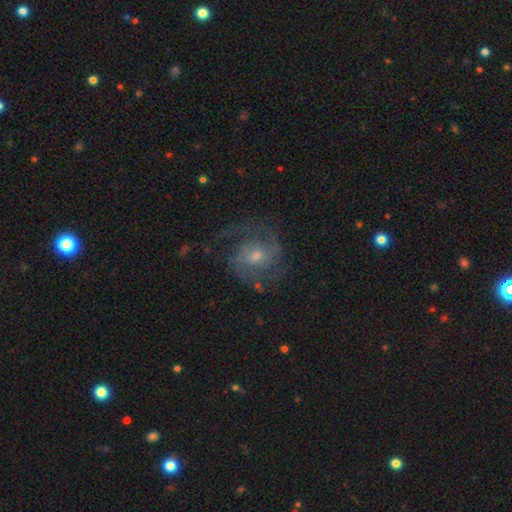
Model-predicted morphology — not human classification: A featured or disk galaxy (74%) with no bar (59%), 2 (59%) medium (49%) spiral arms (92%) and a moderate central bulge (51%).

Vote fractions:
- Smooth or featured? featured or disk: 74% / smooth: 15% / star or artifact: 11%
- Edge-on disk? no: 97% / yes: 3%
- Bar? no: 59% / weak: 35% / strong: 6%
- Spiral arms? yes: 92% / no: 8%
- Spiral winding? medium: 49% / tight: 30% / loose: 21%
- Spiral arm count? 2: 59% / can't tell: 18% / 1: 9% / 3: 8% / 4: 3% / more than 4: 3%
- Bulge size? moderate: 51% / small: 40% / large: 5% / none: 3% / dominant: 1%
- Merging? none: 65% / minor disturbance: 17% / major disturbance: 16% / merger: 2%